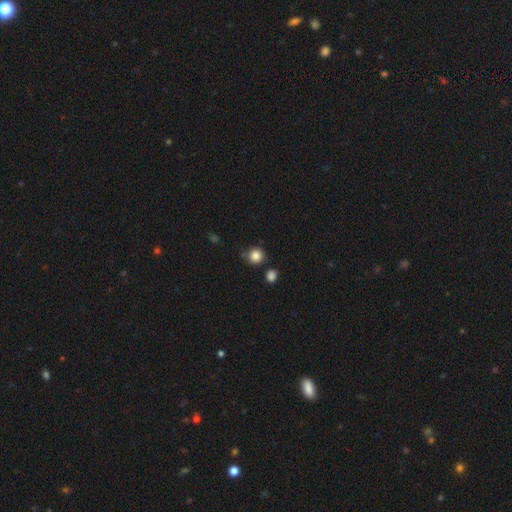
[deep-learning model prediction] smooth_or_featured: smooth (p=0.85) [alt: star or artifact p=0.10]
how_rounded: round (p=0.92) [alt: in between p=0.07]
merging: none (p=0.79) [alt: minor disturbance p=0.11]